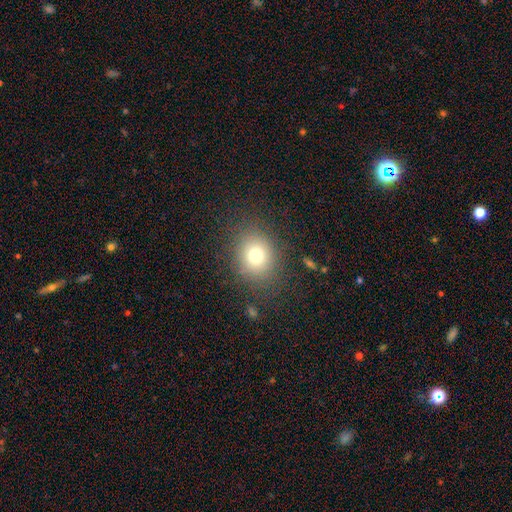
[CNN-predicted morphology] The model was most divided on "how rounded": round: 69%, in between: 30%, cigar-shaped: 1%. More confident: merging — none (84%); smooth or featured — smooth (76%).